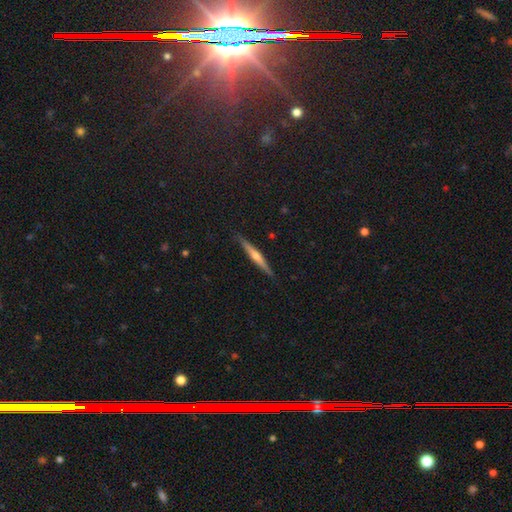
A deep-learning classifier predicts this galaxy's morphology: Smooth or featured?
  - featured or disk: 62% *
  - smooth: 31%
  - star or artifact: 6%
Edge-on disk?
  - yes: 97% *
  - no: 3%
Edge-on bulge?
  - rounded: 75% *
  - none: 18%
  - boxy: 7%
Merging?
  - none: 89% *
  - minor disturbance: 9%
  - major disturbance: 2%
  - merger: 1%